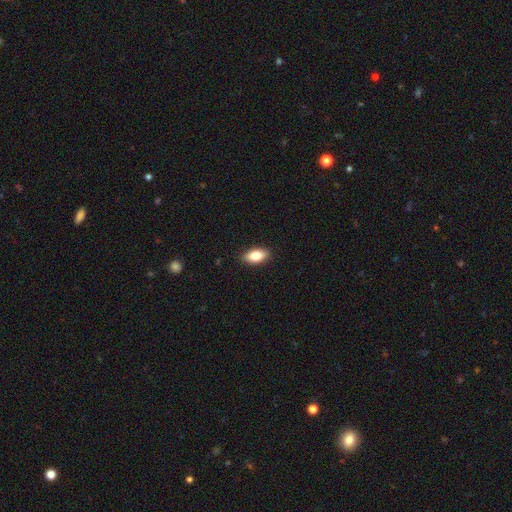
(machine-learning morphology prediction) Q: Smooth or featured?
A: smooth (81%); runner-up: featured or disk (12%)
Q: How rounded?
A: in between (89%); runner-up: cigar-shaped (7%)
Q: Merging?
A: none (89%); runner-up: minor disturbance (9%)